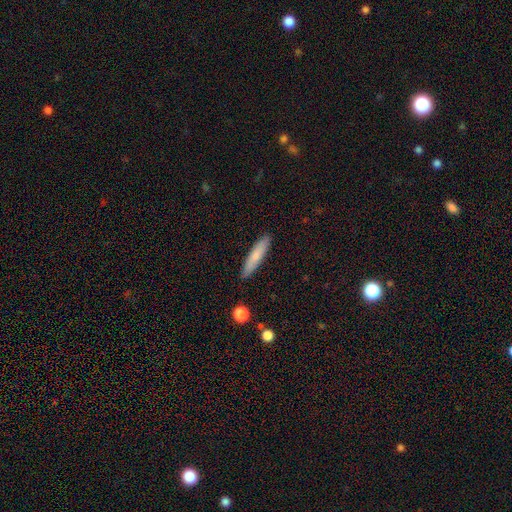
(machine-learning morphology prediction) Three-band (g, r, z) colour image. It shows a smooth galaxy with no disk features (74%) that is cigar-shaped (86%). Merging: none (89%).